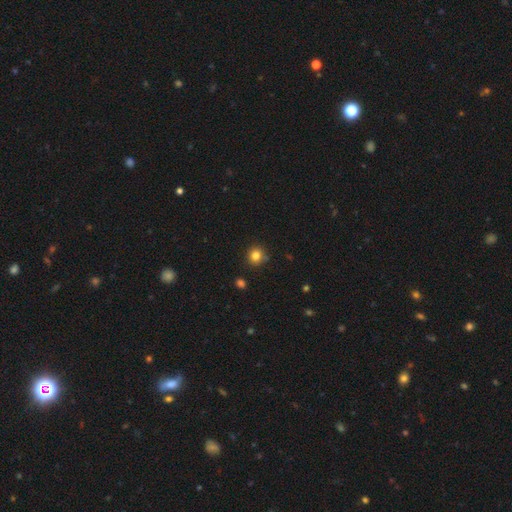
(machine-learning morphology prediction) The model was most divided on "smooth or featured": smooth: 82%, star or artifact: 13%, featured or disk: 6%. More confident: how rounded — round (90%); merging — none (86%).